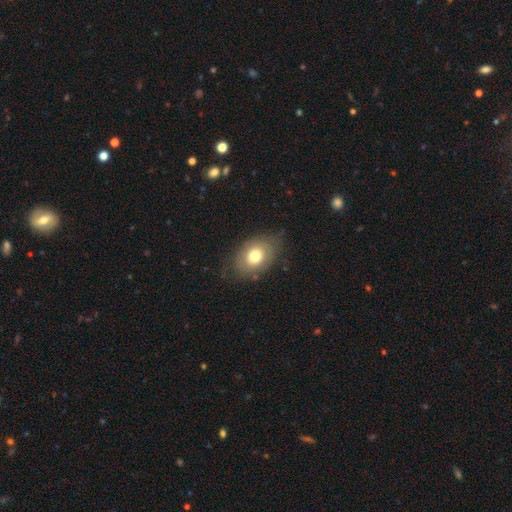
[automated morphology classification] smooth 66%, featured or disk 17%, star or artifact 17%. Down the decision tree: how rounded — in between (72%); merging — none (83%).